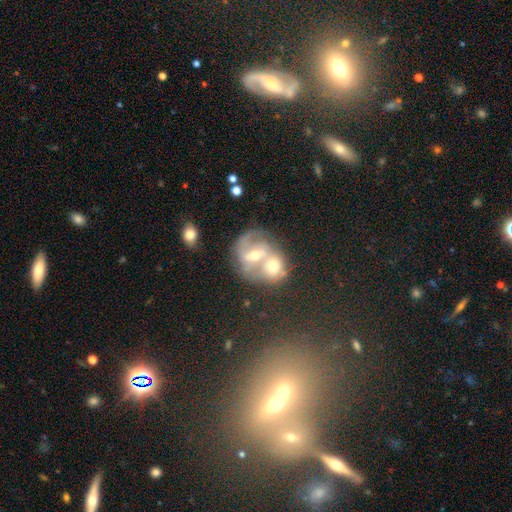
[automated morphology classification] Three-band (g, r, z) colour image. It shows a featured or disk galaxy (64%) with no bar (41%), spiral arms (71%) and a moderate central bulge (62%). Merging: merger (70%).